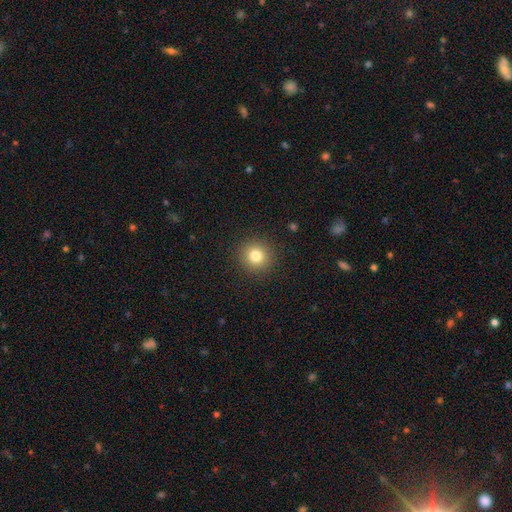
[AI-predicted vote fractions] This is clearly a smooth galaxy (80%). How rounded: clearly round (93%). Merging: clearly none (91%).